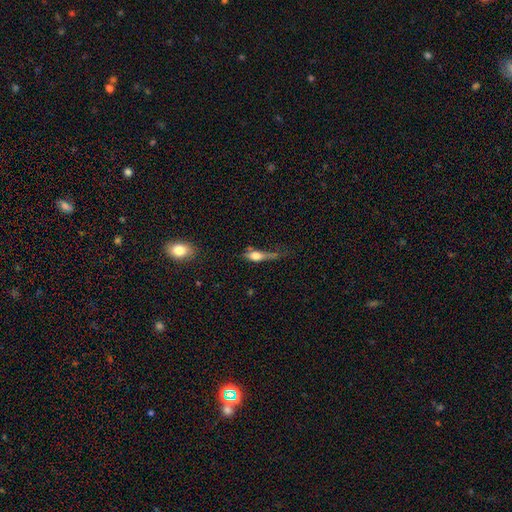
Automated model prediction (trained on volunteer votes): This is possibly a smooth galaxy (54%). How rounded: possibly in between (48%). Merging: marginally major disturbance (33%).